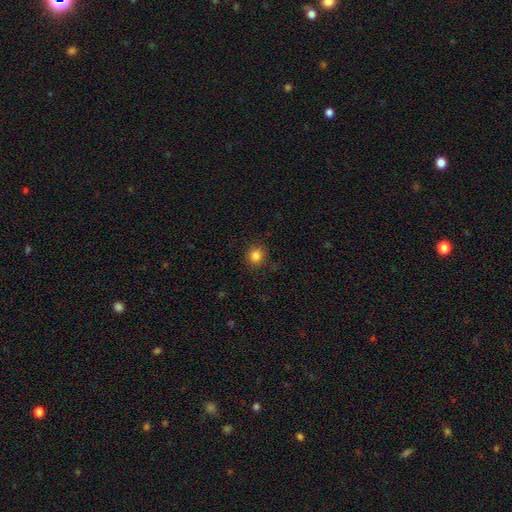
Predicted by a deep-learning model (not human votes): A smooth galaxy with no disk features (84%) that is round (88%).

Vote fractions:
- Smooth or featured? smooth: 84% / star or artifact: 12% / featured or disk: 4%
- How rounded? round: 88% / in between: 11% / cigar-shaped: 1%
- Merging? none: 87% / minor disturbance: 9% / major disturbance: 3% / merger: 1%